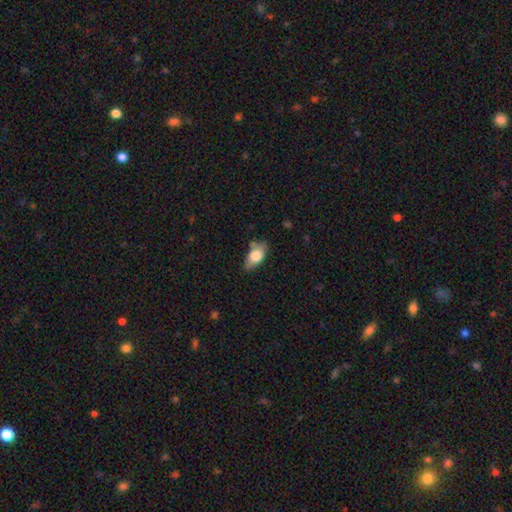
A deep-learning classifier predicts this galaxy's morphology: This appears to be a smooth galaxy with no disk features (74%) that is in between round and cigar-shaped (89%). Merging: none (72%).